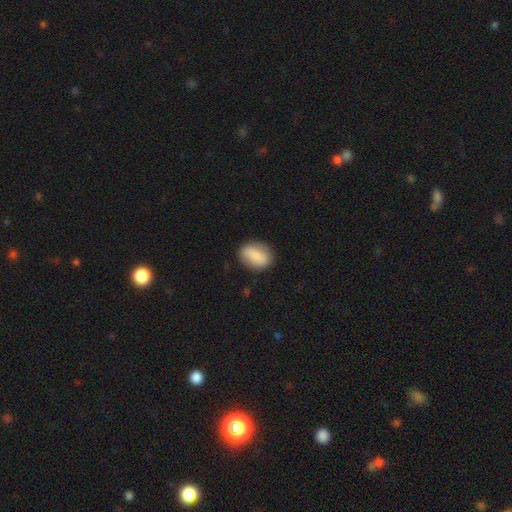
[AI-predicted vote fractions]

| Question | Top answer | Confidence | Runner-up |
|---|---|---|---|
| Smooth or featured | smooth | 82% | featured or disk (11%) |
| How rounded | in between | 73% | round (25%) |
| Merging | none | 82% | minor disturbance (13%) |